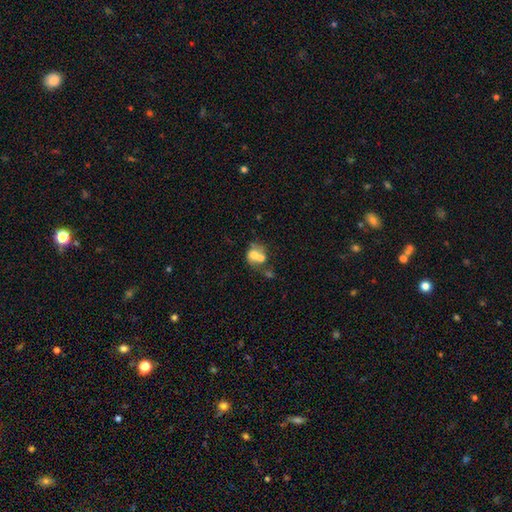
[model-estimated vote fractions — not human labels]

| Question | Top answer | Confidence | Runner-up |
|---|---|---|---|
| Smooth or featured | smooth | 63% | featured or disk (27%) |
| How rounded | round | 68% | in between (32%) |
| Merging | merger | 60% | none (26%) |